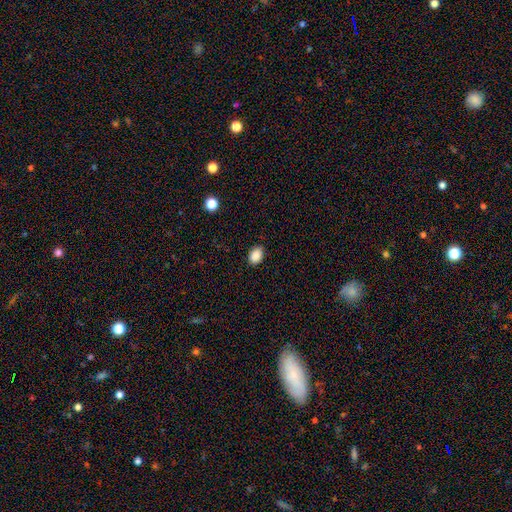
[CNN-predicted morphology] smooth_or_featured: smooth (p=0.89) [alt: star or artifact p=0.08]
how_rounded: in between (p=0.79) [alt: round p=0.20]
merging: none (p=0.86) [alt: minor disturbance p=0.10]